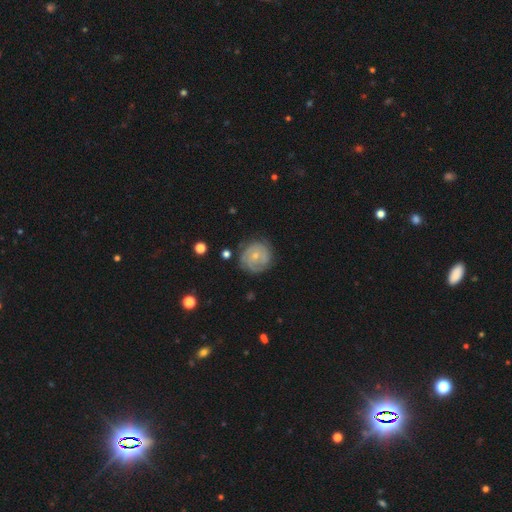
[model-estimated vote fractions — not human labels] Smooth or featured? featured or disk (73%)
Edge-on disk? no (98%)
Bar? no (76%)
Spiral arms? yes (91%)
Spiral winding? tight (71%)
Spiral arm count? can't tell (32%)
Bulge size? small (70%)
Merging? none (76%)